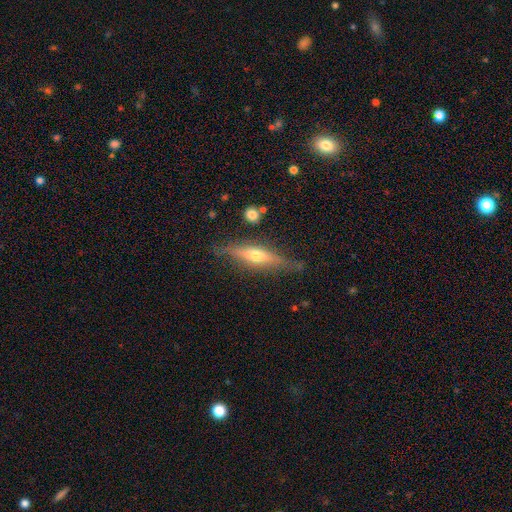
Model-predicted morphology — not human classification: smooth_or_featured: featured or disk (p=0.63) [alt: smooth p=0.30]
disk_edge_on: yes (p=0.92) [alt: no p=0.08]
edge_on_bulge: rounded (p=0.86) [alt: none p=0.08]
merging: none (p=0.79) [alt: minor disturbance p=0.15]